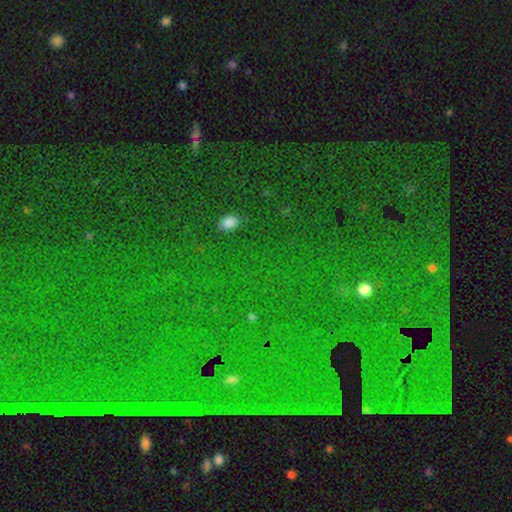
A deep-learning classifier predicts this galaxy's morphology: This is clearly a star or artifact rather than a galaxy (82%).